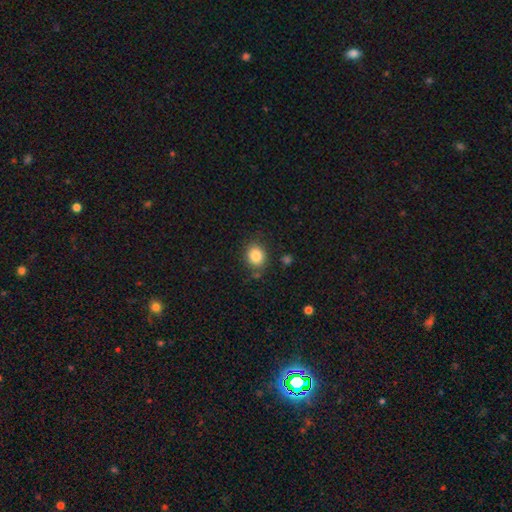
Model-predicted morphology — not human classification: smooth-or-featured: smooth: 84% | star or artifact: 9% | featured or disk: 6%
  how-rounded: round: 65% | in between: 34% | cigar-shaped: 1%
  merging: none: 79% | minor disturbance: 13% | major disturbance: 4% | merger: 3%